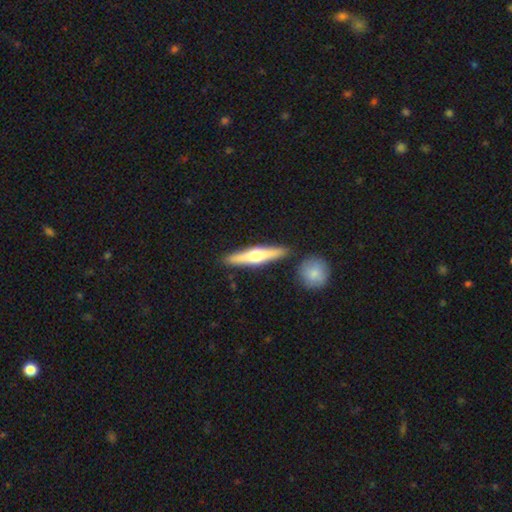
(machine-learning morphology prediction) Smooth or featured? featured or disk (57%)
Edge-on disk? yes (95%)
Edge-on bulge? rounded (93%)
Merging? none (87%)